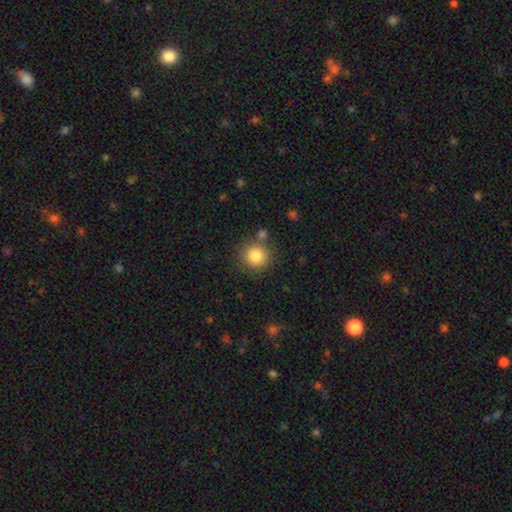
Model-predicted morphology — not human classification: Smooth or featured? Predicted: smooth (p=0.84). How rounded? Predicted: round (p=0.92). Merging? Predicted: none (p=0.79).